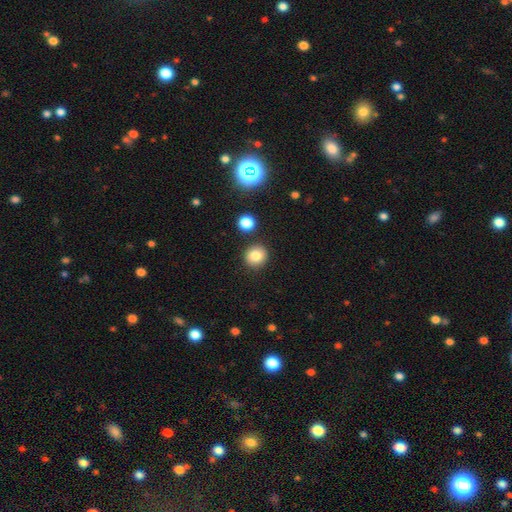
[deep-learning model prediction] A smooth galaxy with no disk features (82%) that is round (90%). Merging: none (87%).